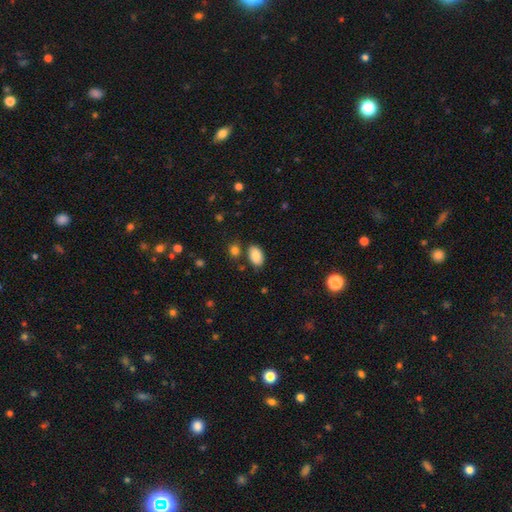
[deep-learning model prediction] A smooth galaxy with no disk features (85%) that is in between round and cigar-shaped (92%). Merging: none (79%).